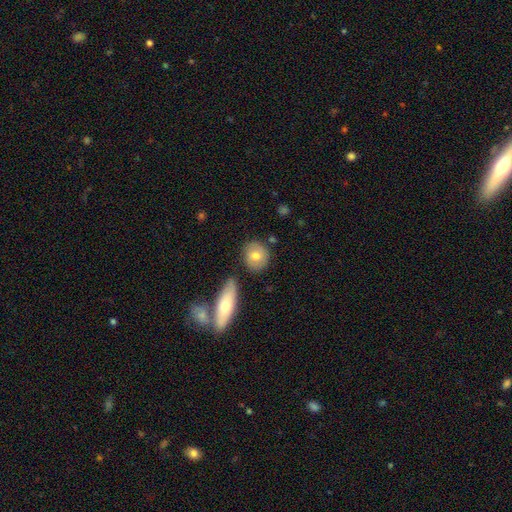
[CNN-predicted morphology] This is likely a smooth galaxy (74%). How rounded: likely round (78%). Merging: likely none (79%).